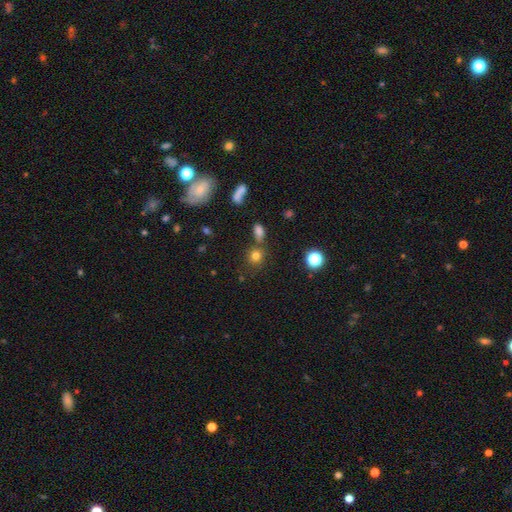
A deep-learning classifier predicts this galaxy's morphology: A smooth galaxy with no disk features (75%) that is round (82%).

Vote fractions:
- Smooth or featured? smooth: 75% / star or artifact: 17% / featured or disk: 8%
- How rounded? round: 82% / in between: 17% / cigar-shaped: 1%
- Merging? none: 70% / merger: 15% / minor disturbance: 11% / major disturbance: 5%